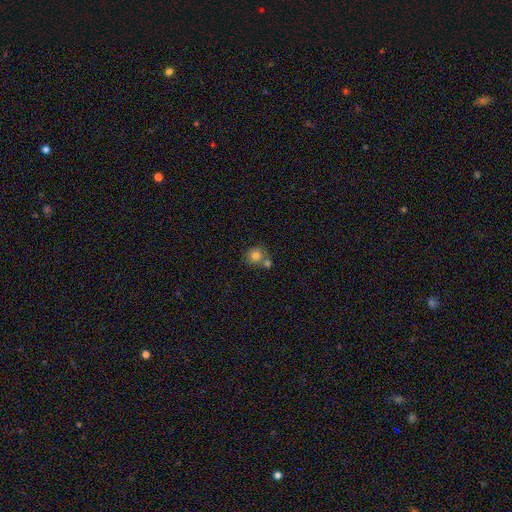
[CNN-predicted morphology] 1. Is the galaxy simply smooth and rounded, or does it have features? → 79% smooth, 11% star or artifact, 10% featured or disk.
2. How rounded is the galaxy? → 84% round, 15% in between, 1% cigar-shaped.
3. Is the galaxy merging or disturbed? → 54% none, 31% merger, 12% minor disturbance, 4% major disturbance.